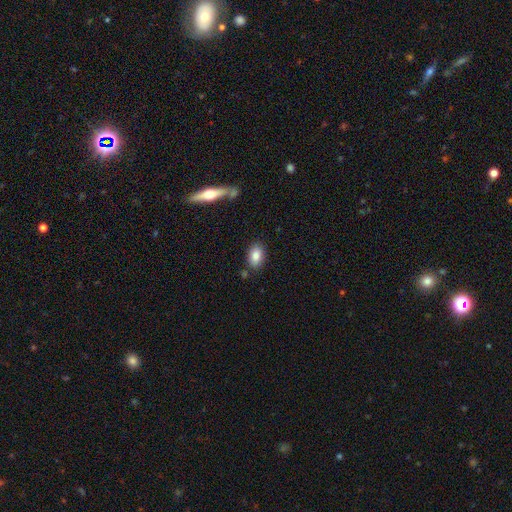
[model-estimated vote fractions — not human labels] This appears to be a smooth galaxy with no disk features (83%) that is in between round and cigar-shaped (87%). Merging: none (82%).